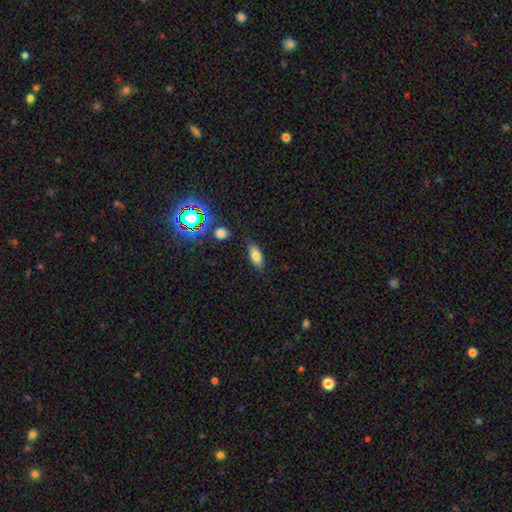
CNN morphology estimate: type=smooth (75%); roundness=in between (84%); merging=none (81%).